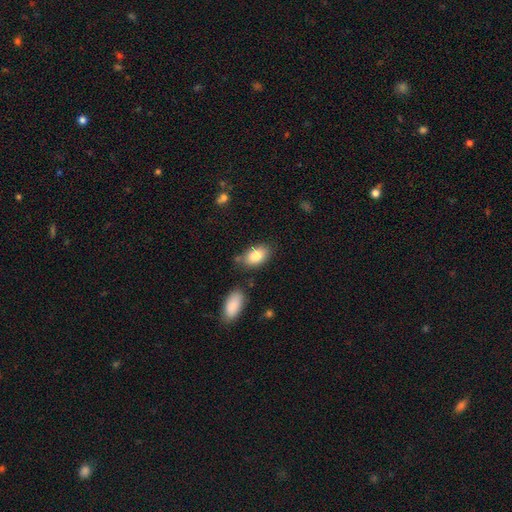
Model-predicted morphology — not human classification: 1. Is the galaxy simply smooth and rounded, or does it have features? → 85% smooth, 8% featured or disk, 7% star or artifact.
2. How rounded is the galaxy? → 91% in between, 7% round, 2% cigar-shaped.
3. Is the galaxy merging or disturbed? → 72% none, 17% minor disturbance, 7% merger, 4% major disturbance.